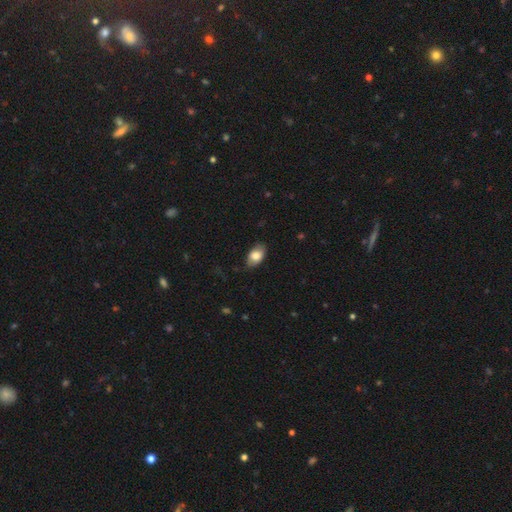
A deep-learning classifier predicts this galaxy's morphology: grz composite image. It shows a smooth galaxy with no disk features (80%) that is in between round and cigar-shaped (91%). Merging: none (79%).